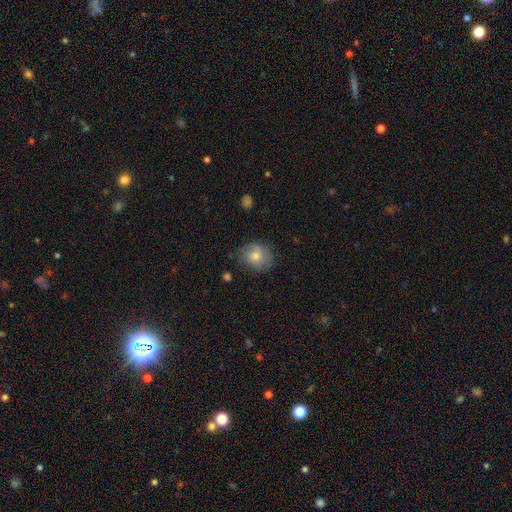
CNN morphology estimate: Smooth or featured? Predicted: smooth (p=0.70). How rounded? Predicted: round (p=0.73). Merging? Predicted: none (p=0.75).